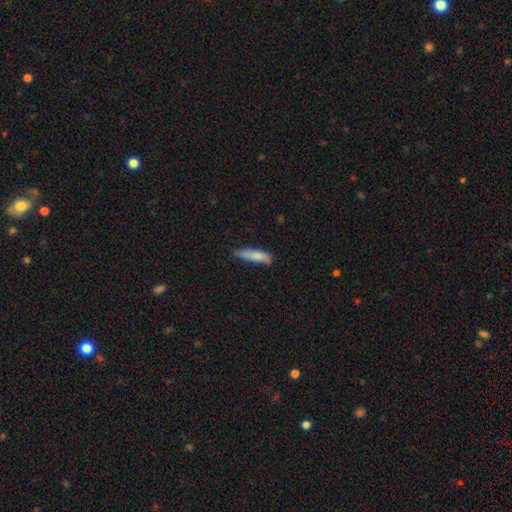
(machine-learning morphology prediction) Q: Smooth or featured?
A: smooth (79%); runner-up: featured or disk (15%)
Q: How rounded?
A: cigar-shaped (77%); runner-up: in between (22%)
Q: Merging?
A: none (62%); runner-up: minor disturbance (29%)